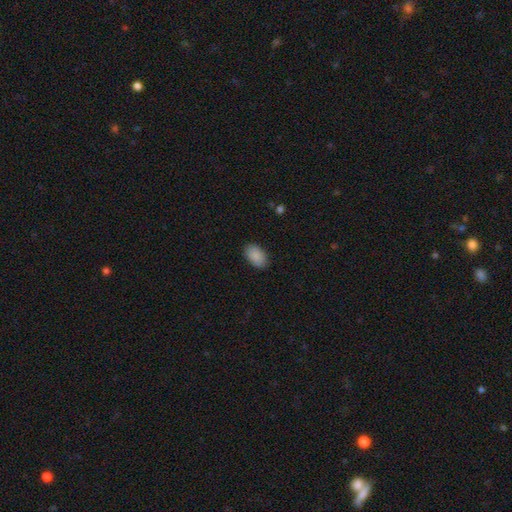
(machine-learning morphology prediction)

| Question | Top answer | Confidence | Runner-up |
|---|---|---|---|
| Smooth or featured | smooth | 90% | star or artifact (7%) |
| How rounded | in between | 93% | round (6%) |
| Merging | none | 87% | minor disturbance (10%) |